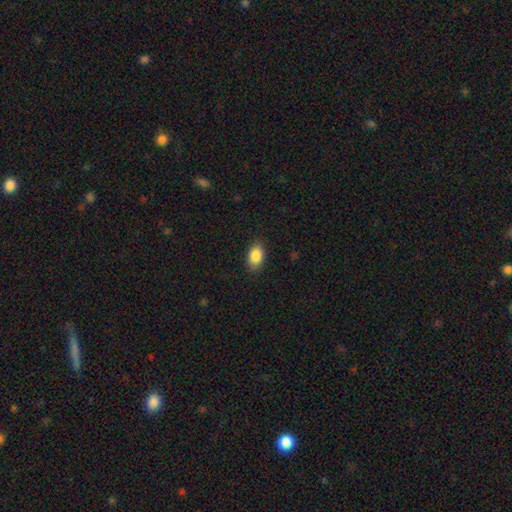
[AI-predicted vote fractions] Smooth or featured? Predicted: smooth (p=0.88). How rounded? Predicted: in between (p=0.87). Merging? Predicted: none (p=0.86).